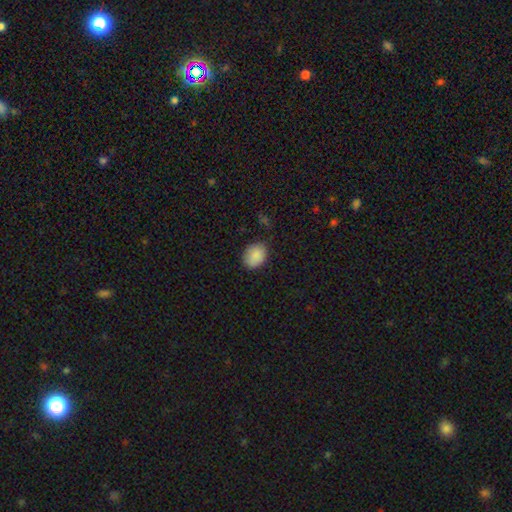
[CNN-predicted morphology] type=smooth (88%); roundness=in between (60%); merging=none (77%).